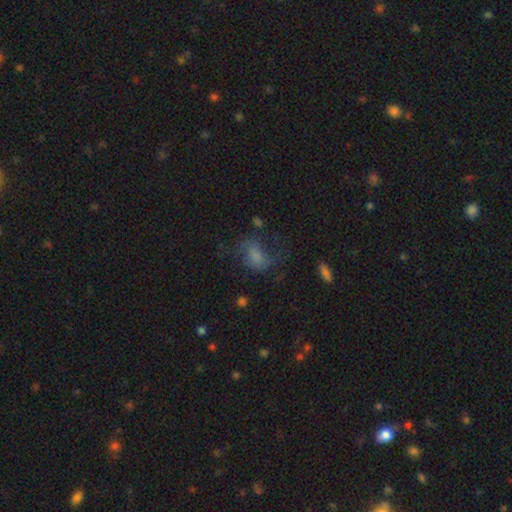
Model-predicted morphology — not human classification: This is possibly a smooth galaxy (50%). How rounded: likely in between (77%). Merging: possibly none (47%).